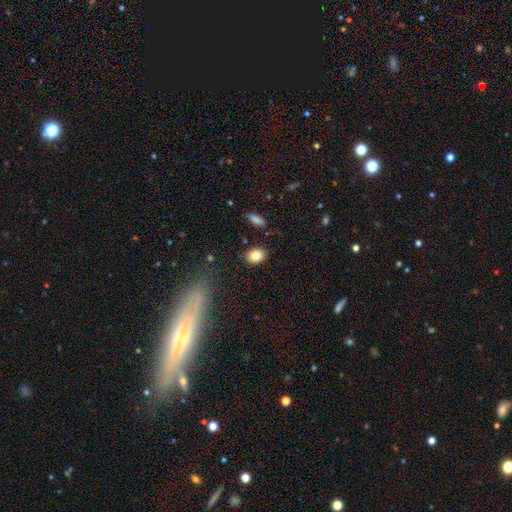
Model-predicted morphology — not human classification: Smooth or featured? Predicted: smooth (p=0.84). How rounded? Predicted: in between (p=0.56). Merging? Predicted: none (p=0.86).